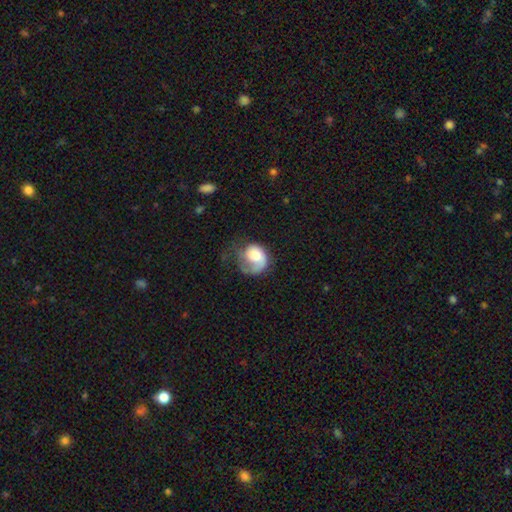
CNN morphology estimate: Smooth or featured: featured or disk — 47% (smooth — 46%)
Merging: major disturbance — 38% (none — 37%)